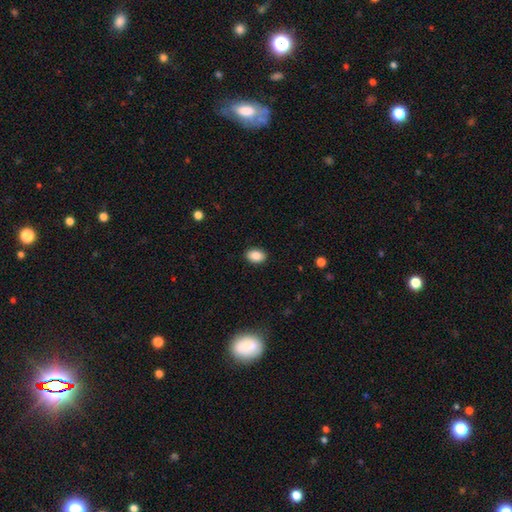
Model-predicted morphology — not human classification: smooth 88%, star or artifact 8%, featured or disk 4%. Down the decision tree: how rounded — in between (84%); merging — none (89%).